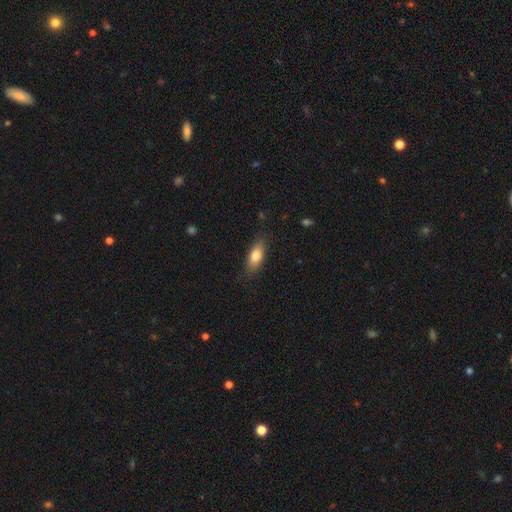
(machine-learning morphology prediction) Smooth or featured: smooth — 79% (featured or disk — 14%)
How rounded: in between — 78% (cigar-shaped — 19%)
Merging: none — 82% (minor disturbance — 14%)